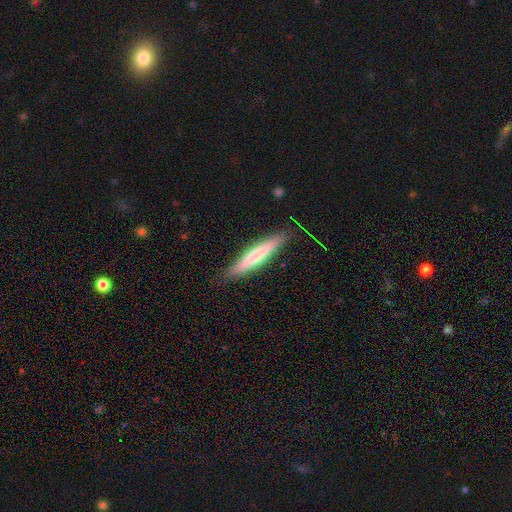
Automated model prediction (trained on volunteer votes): The model was most divided on "smooth or featured": smooth: 61%, featured or disk: 33%, star or artifact: 6%. More confident: how rounded — cigar-shaped (91%); merging — none (87%).